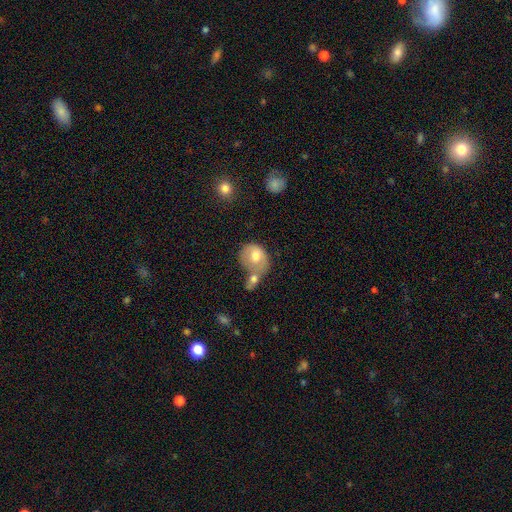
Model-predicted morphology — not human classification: Overall: smooth (70%). How rounded: round (54%; in between 45%). Merging: merger (51%; none 26%).